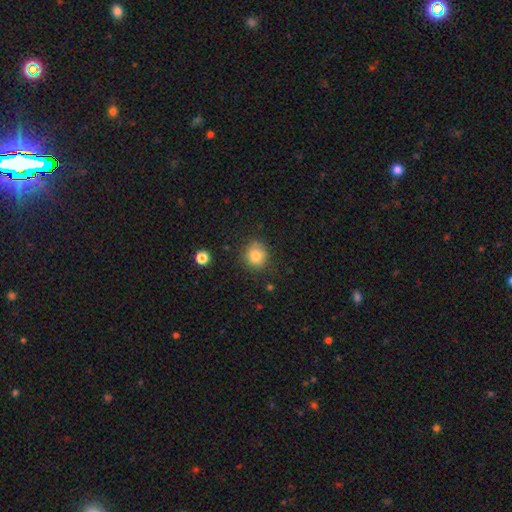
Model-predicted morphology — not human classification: This is clearly a smooth galaxy (81%). How rounded: clearly round (86%). Merging: clearly none (81%).